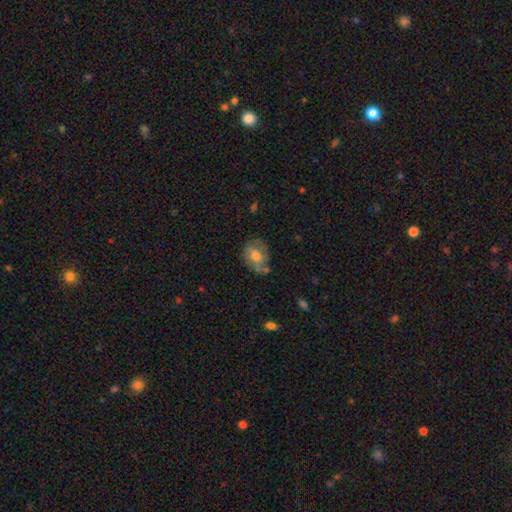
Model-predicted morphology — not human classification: type=featured or disk (46%, tied with smooth); merging=none (56%).